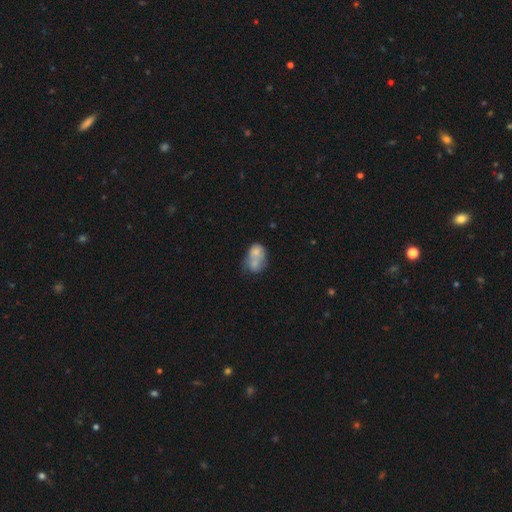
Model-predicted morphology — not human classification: Smooth or featured? Predicted: smooth (p=0.66). How rounded? Predicted: in between (p=0.67). Merging? Predicted: merger (p=0.66).